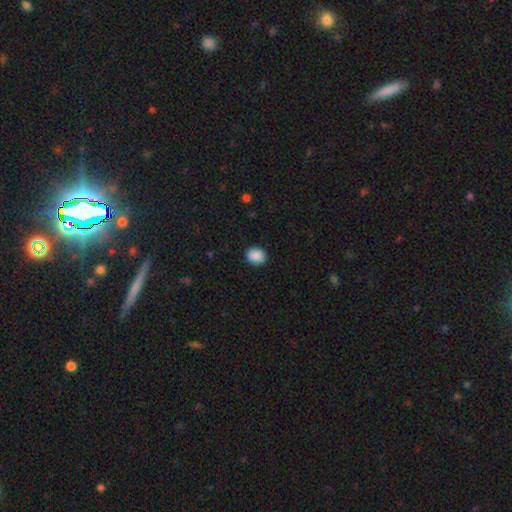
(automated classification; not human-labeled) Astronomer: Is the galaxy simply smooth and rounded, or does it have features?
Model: smooth — 89%.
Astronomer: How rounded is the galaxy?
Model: round — 56% (runner-up: in between, 43%).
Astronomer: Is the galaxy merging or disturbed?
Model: none — 89%.